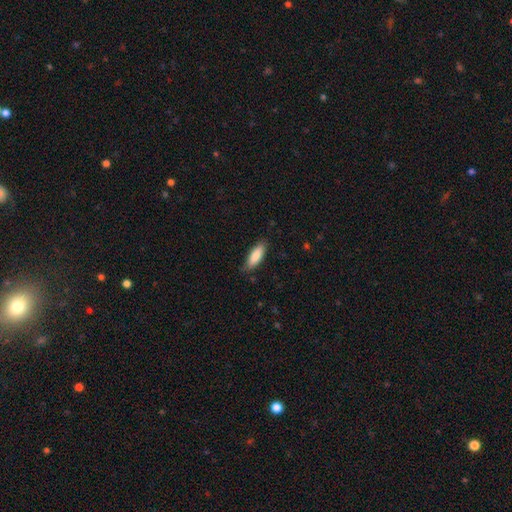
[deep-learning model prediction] Smooth or featured: smooth — 85% (featured or disk — 9%)
How rounded: in between — 64% (cigar-shaped — 34%)
Merging: none — 80% (minor disturbance — 17%)